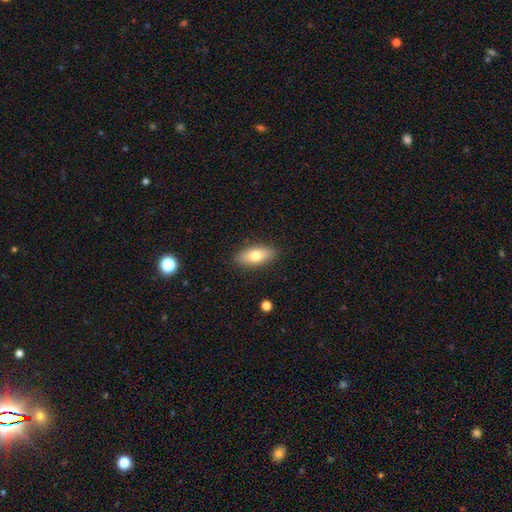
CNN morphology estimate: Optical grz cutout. It shows a smooth galaxy with no disk features (73%) that is in between round and cigar-shaped (83%). Merging: none (88%).